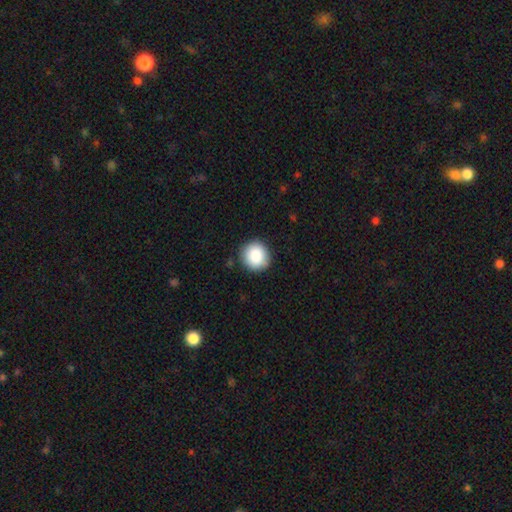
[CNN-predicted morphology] Smooth or featured? Predicted: smooth (p=0.88). How rounded? Predicted: round (p=0.92). Merging? Predicted: none (p=0.89).